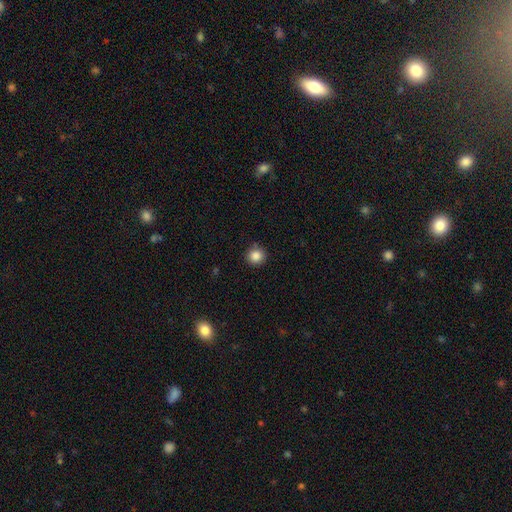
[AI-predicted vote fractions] smooth 86%, star or artifact 10%, featured or disk 4%. Down the decision tree: how rounded — round (91%); merging — none (87%).